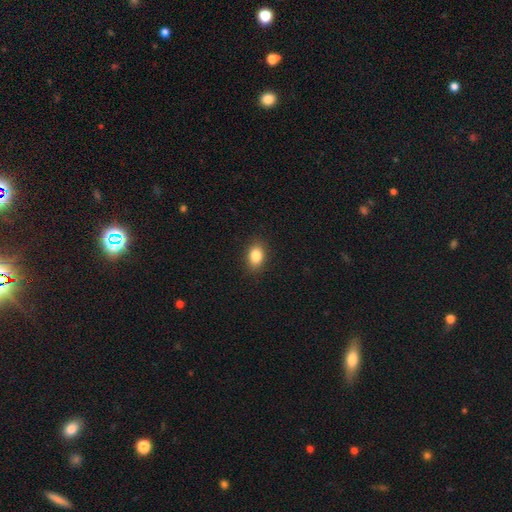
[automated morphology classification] This is clearly a smooth galaxy (84%). How rounded: likely in between (78%). Merging: clearly none (88%).